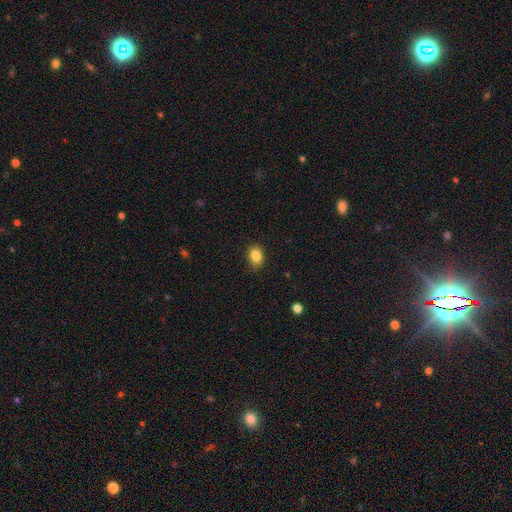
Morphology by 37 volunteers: Smooth or featured? smooth (97%)
How rounded? round (50%, tied with in between)
Merging? none (72%)